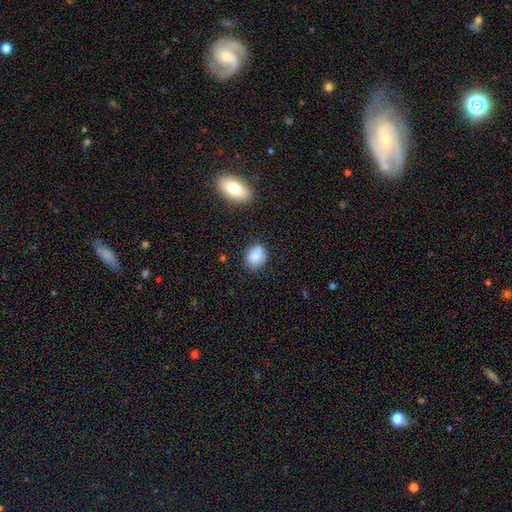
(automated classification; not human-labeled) Smooth or featured? smooth (84%)
How rounded? in between (51%)
Merging? none (75%)